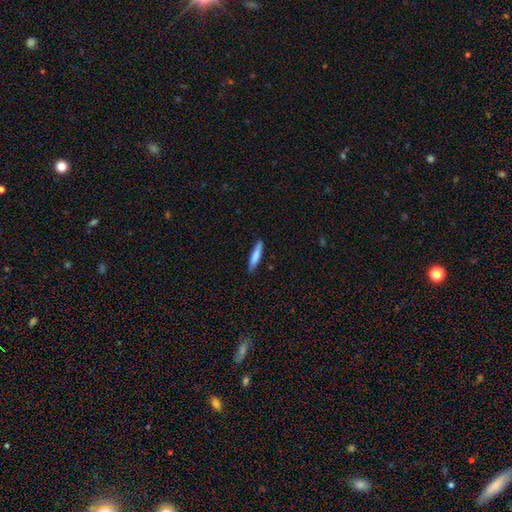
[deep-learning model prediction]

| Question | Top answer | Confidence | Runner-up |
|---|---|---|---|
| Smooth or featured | smooth | 80% | featured or disk (14%) |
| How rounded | cigar-shaped | 86% | in between (13%) |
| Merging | none | 85% | minor disturbance (11%) |